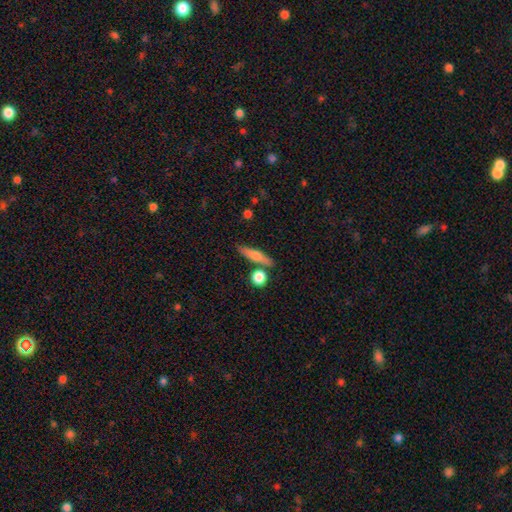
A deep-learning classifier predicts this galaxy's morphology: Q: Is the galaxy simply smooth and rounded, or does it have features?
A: smooth — 59%.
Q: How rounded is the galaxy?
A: cigar-shaped — 74%.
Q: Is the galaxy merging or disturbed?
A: none — 76%.